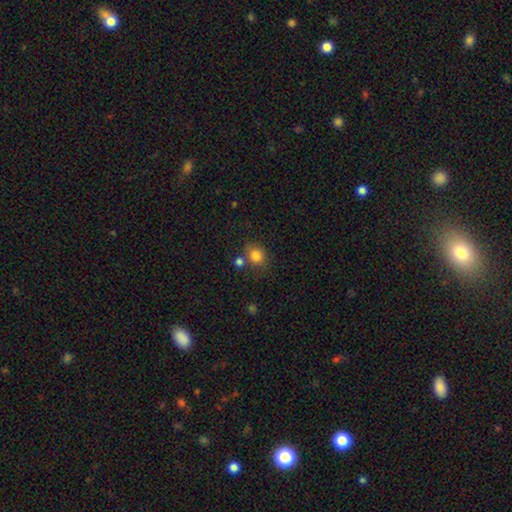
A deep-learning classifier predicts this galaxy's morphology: Smooth or featured? Predicted: smooth (p=0.82). How rounded? Predicted: round (p=0.74). Merging? Predicted: none (p=0.66).